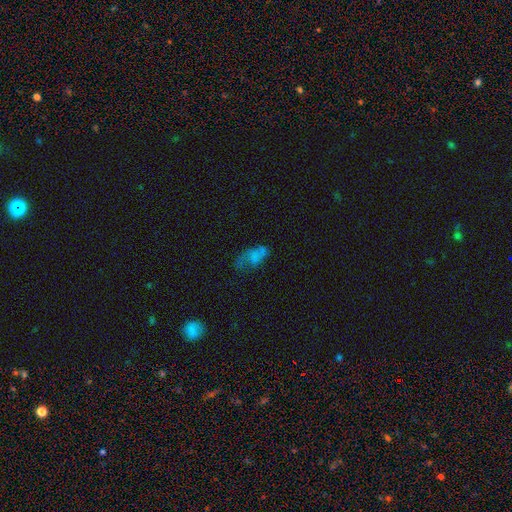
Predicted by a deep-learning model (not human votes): Smooth or featured? Predicted: smooth (p=0.54). How rounded? Predicted: in between (p=0.86). Merging? Predicted: none (p=0.34).